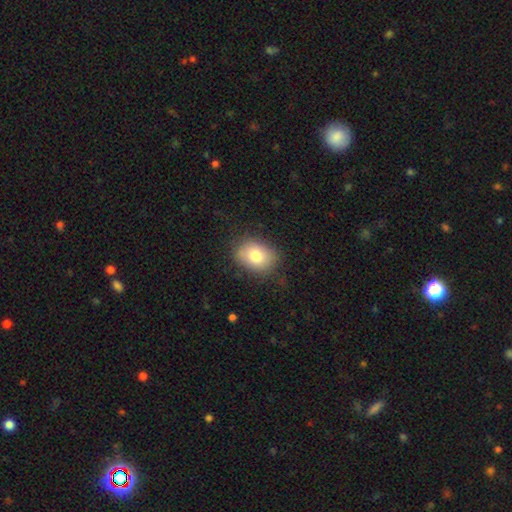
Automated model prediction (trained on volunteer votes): Q: Smooth or featured?
A: smooth (79%); runner-up: featured or disk (12%)
Q: How rounded?
A: in between (63%); runner-up: round (36%)
Q: Merging?
A: none (80%); runner-up: minor disturbance (15%)